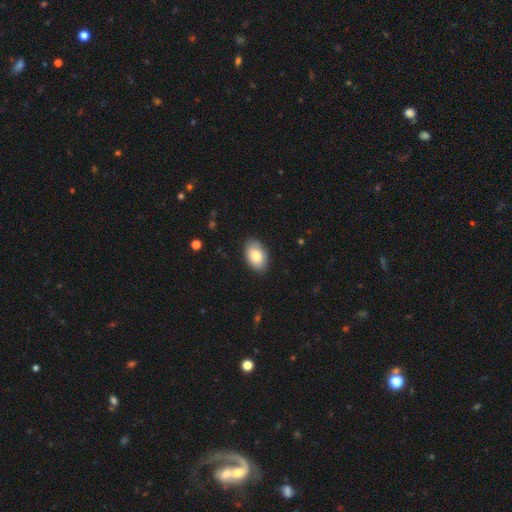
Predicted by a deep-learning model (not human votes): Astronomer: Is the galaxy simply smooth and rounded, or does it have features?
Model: smooth — 82%.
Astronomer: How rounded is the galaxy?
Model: in between — 90%.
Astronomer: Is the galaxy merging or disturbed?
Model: none — 85%.